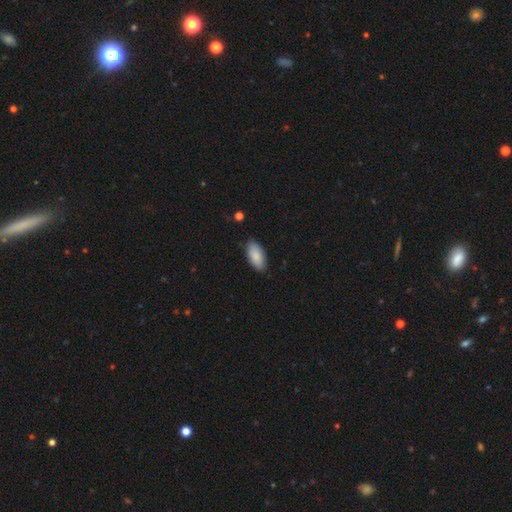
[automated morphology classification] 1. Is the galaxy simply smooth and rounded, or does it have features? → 87% smooth, 7% featured or disk, 6% star or artifact.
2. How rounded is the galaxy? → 93% in between, 5% cigar-shaped, 2% round.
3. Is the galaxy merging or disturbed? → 84% none, 12% minor disturbance, 2% major disturbance, 1% merger.